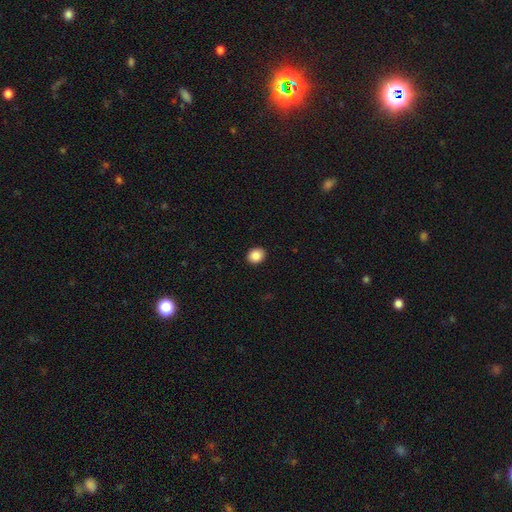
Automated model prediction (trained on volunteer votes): smooth-or-featured: smooth: 87% | star or artifact: 9% | featured or disk: 4%
  how-rounded: round: 61% | in between: 38% | cigar-shaped: 1%
  merging: none: 91% | minor disturbance: 6% | major disturbance: 2% | merger: 1%